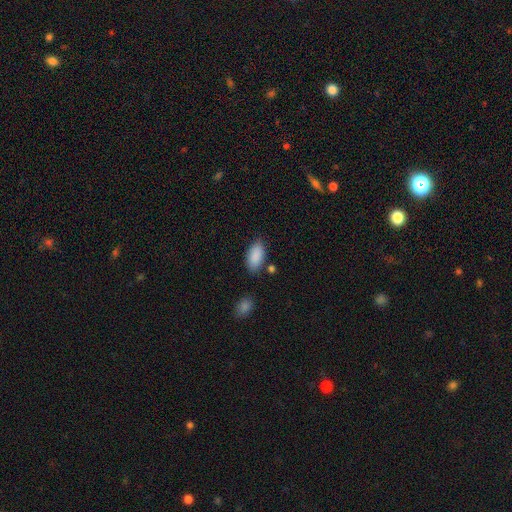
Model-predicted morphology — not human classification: Q: Smooth or featured?
A: smooth (89%); runner-up: star or artifact (7%)
Q: How rounded?
A: in between (93%); runner-up: cigar-shaped (5%)
Q: Merging?
A: none (76%); runner-up: minor disturbance (15%)